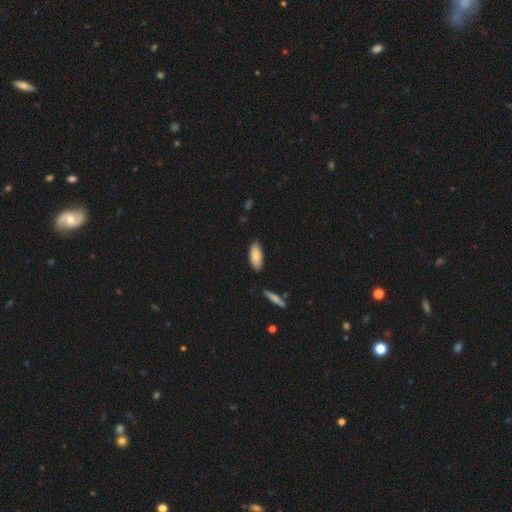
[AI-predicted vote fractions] The model was most divided on "how rounded": in between: 82%, cigar-shaped: 17%, round: 2%. More confident: smooth or featured — smooth (88%); merging — none (84%).